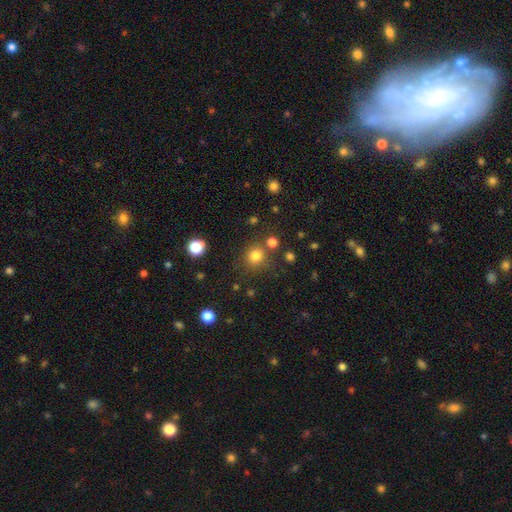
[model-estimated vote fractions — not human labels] smooth 80%, star or artifact 15%, featured or disk 6%. Down the decision tree: how rounded — round (89%); merging — none (77%).